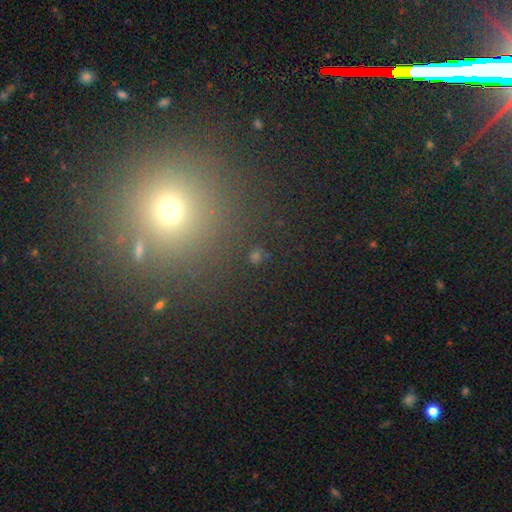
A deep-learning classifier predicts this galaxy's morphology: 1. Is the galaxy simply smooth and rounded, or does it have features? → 53% smooth, 38% star or artifact, 8% featured or disk.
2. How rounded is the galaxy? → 81% round, 17% in between, 2% cigar-shaped.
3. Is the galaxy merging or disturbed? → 84% none, 7% minor disturbance, 5% merger, 4% major disturbance.